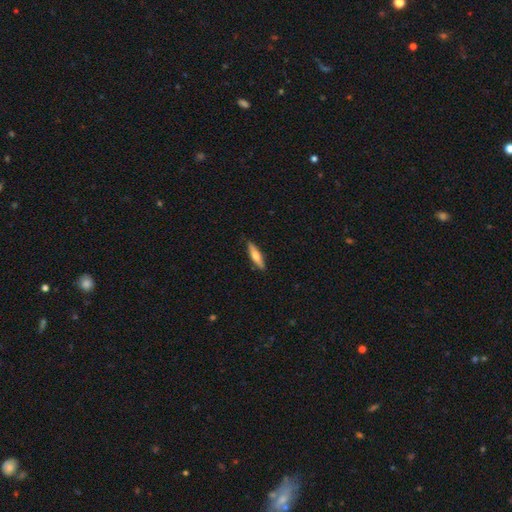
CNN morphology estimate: Smooth or featured? Predicted: smooth (p=0.56). How rounded? Predicted: cigar-shaped (p=0.77). Merging? Predicted: none (p=0.87).